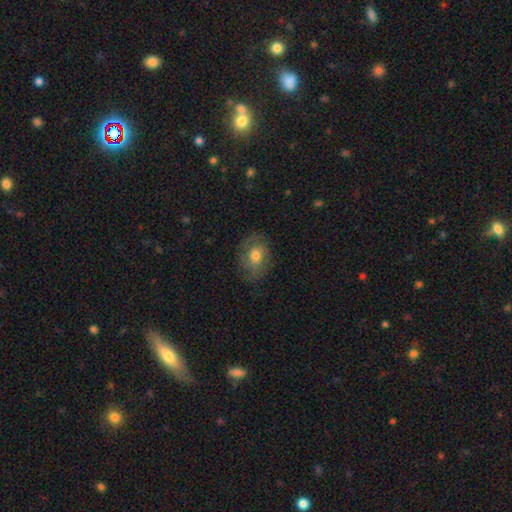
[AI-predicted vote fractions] Smooth or featured: smooth — 56% (featured or disk — 35%)
How rounded: in between — 60% (round — 39%)
Merging: none — 70% (minor disturbance — 19%)